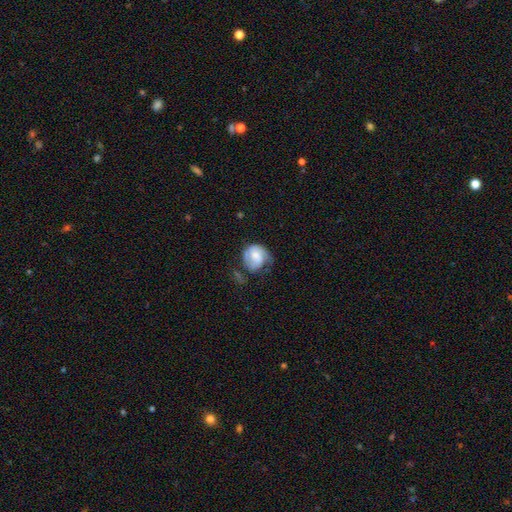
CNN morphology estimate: Smooth or featured? Predicted: smooth (p=0.52). How rounded? Predicted: round (p=0.67). Merging? Predicted: none (p=0.35).